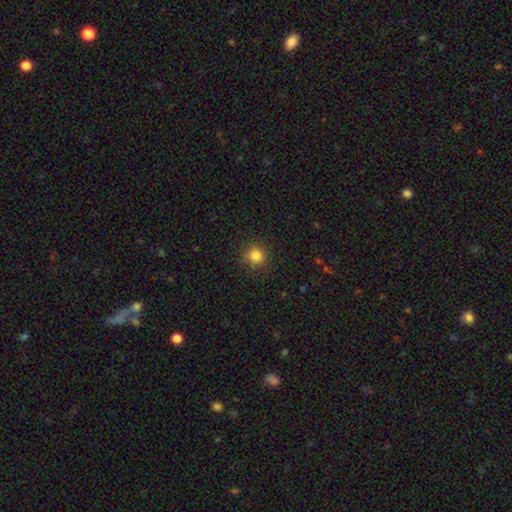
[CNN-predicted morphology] Q: Smooth or featured?
A: smooth (84%); runner-up: star or artifact (12%)
Q: How rounded?
A: round (93%); runner-up: in between (6%)
Q: Merging?
A: none (88%); runner-up: minor disturbance (8%)